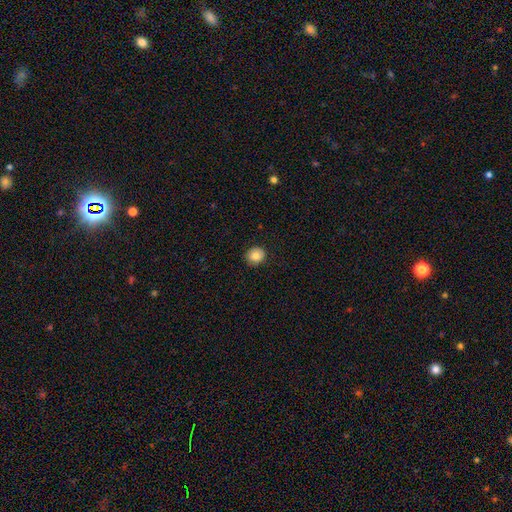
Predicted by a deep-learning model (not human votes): A smooth galaxy with no disk features (83%) that is round (87%).

Vote fractions:
- Smooth or featured? smooth: 83% / star or artifact: 9% / featured or disk: 8%
- How rounded? round: 87% / in between: 12% / cigar-shaped: 1%
- Merging? none: 88% / minor disturbance: 9% / major disturbance: 2% / merger: 1%